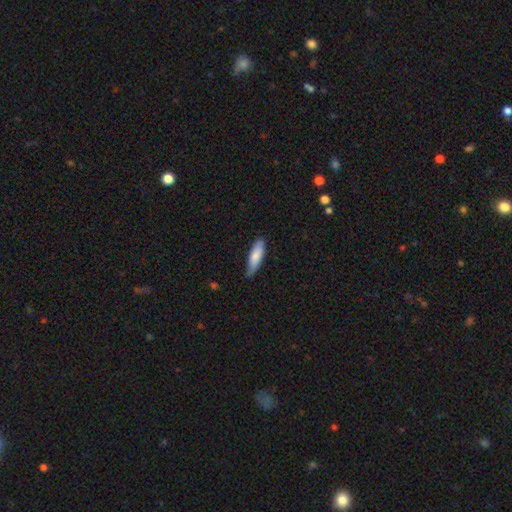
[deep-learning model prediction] Smooth or featured: smooth — 79% (featured or disk — 15%)
How rounded: cigar-shaped — 54% (in between — 44%)
Merging: none — 67% (minor disturbance — 28%)